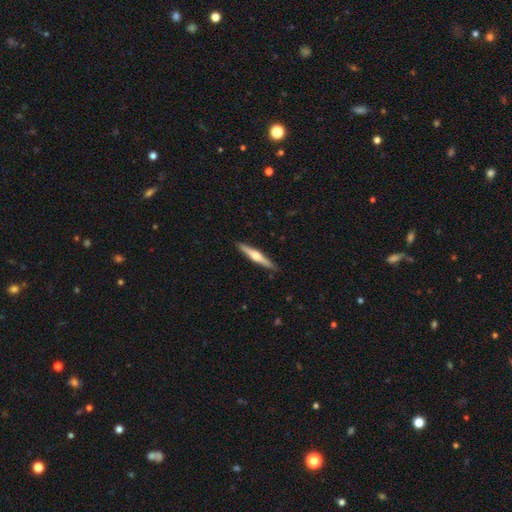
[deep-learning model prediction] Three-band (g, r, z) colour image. It shows a featured or disk galaxy (65%) viewed edge-on (98%) with a rounded central bulge (88%). Merging: none (90%).